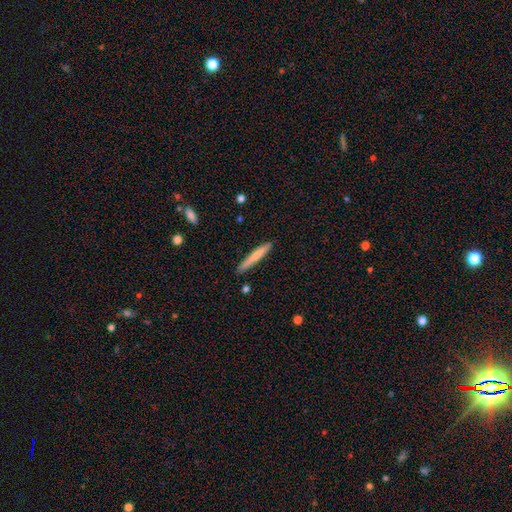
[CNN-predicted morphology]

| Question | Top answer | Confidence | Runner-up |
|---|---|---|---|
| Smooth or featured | smooth | 63% | featured or disk (32%) |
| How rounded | cigar-shaped | 95% | in between (3%) |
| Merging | none | 89% | minor disturbance (8%) |